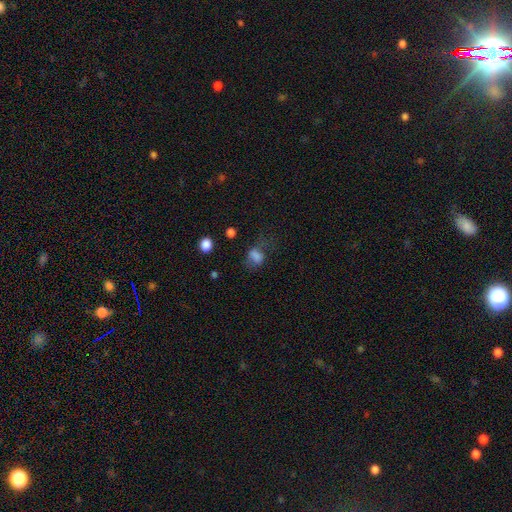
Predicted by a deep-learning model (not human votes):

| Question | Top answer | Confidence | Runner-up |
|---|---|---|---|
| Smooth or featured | smooth | 74% | star or artifact (14%) |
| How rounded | in between | 62% | round (36%) |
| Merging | none | 45% | major disturbance (26%) |